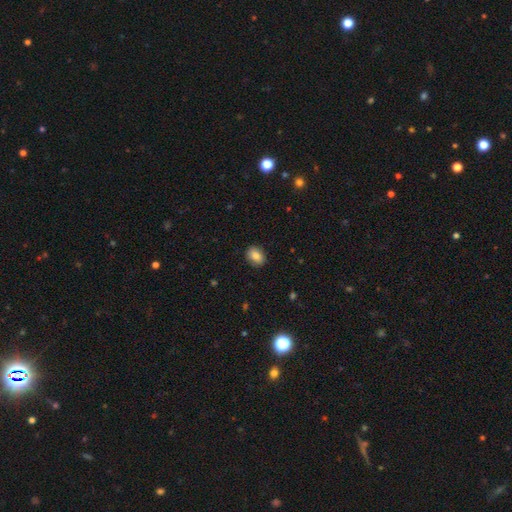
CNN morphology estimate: A smooth galaxy with no disk features (84%) that is in between round and cigar-shaped (69%).

Vote fractions:
- Smooth or featured? smooth: 84% / star or artifact: 8% / featured or disk: 8%
- How rounded? in between: 69% / round: 30% / cigar-shaped: 1%
- Merging? none: 88% / minor disturbance: 9% / major disturbance: 2% / merger: 1%